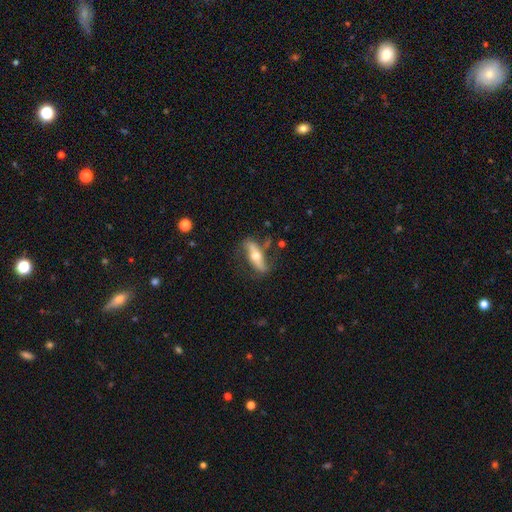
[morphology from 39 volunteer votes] smooth_or_featured: featured or disk (p=0.54) [alt: smooth p=0.41]
disk_edge_on: no (p=0.57) [alt: yes p=0.43]
bar: strong (p=0.50) [alt: no p=0.33]
has_spiral_arms: yes (p=0.58) [alt: no p=0.42]
spiral_winding: loose (p=0.57) [alt: medium p=0.29]
spiral_arm_count: 2 (p=1.00)
bulge_size: moderate (p=0.75) [alt: small p=0.25]
merging: none (p=0.73) [alt: minor disturbance p=0.16]